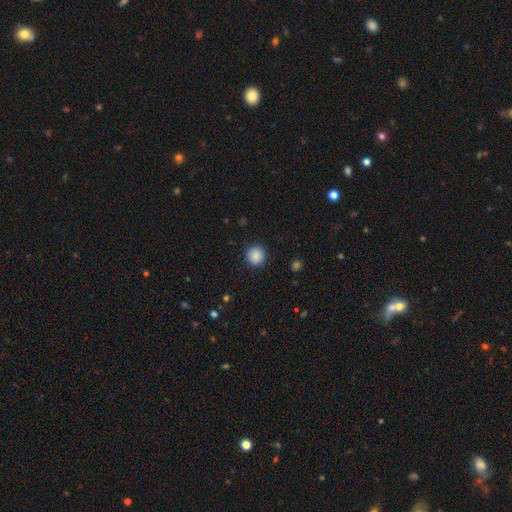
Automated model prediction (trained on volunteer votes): Smooth or featured?
  - smooth: 89% *
  - star or artifact: 9%
  - featured or disk: 3%
How rounded?
  - round: 94% *
  - in between: 5%
  - cigar-shaped: 1%
Merging?
  - none: 91% *
  - minor disturbance: 6%
  - major disturbance: 2%
  - merger: 1%